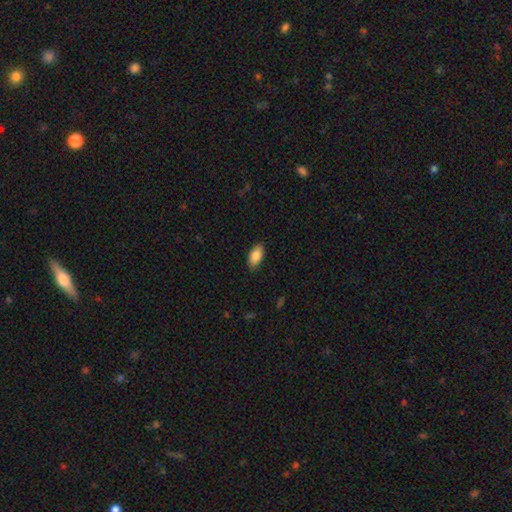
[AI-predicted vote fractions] Overall: smooth (87%). How rounded: in between (93%). Merging: none (87%).